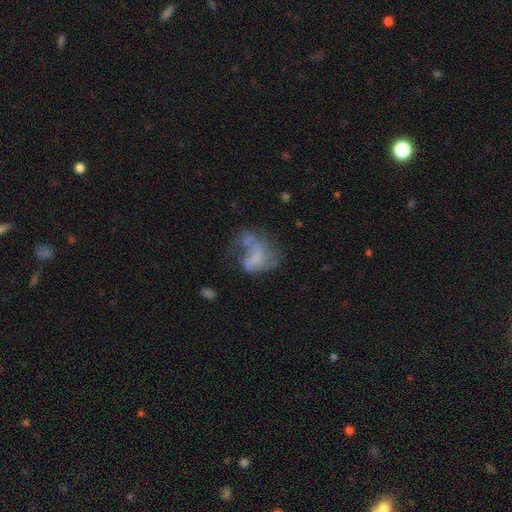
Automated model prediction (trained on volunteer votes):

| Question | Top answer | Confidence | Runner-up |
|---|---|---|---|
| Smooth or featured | featured or disk | 47% | smooth (39%) |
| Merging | major disturbance | 40% | none (25%) |